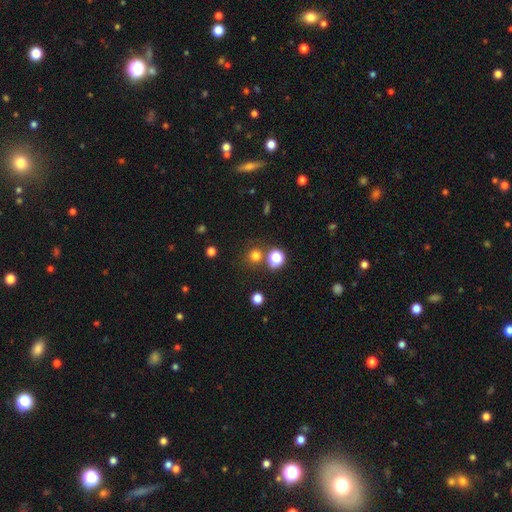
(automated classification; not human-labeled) This is likely a smooth galaxy (72%). How rounded: clearly round (92%). Merging: likely none (78%).